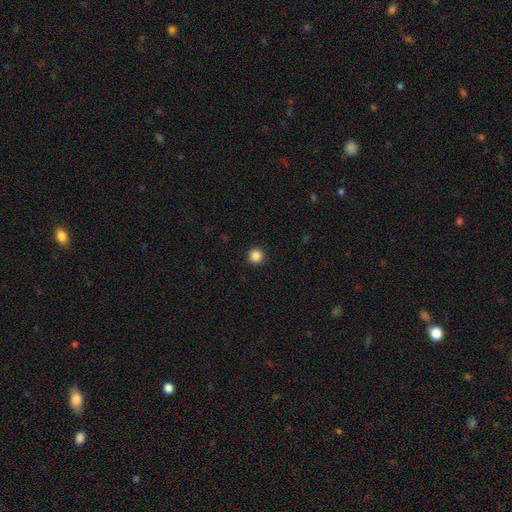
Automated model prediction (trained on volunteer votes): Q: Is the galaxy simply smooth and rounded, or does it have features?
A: smooth — 87%.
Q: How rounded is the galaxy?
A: round — 96%.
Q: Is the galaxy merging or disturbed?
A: none — 93%.